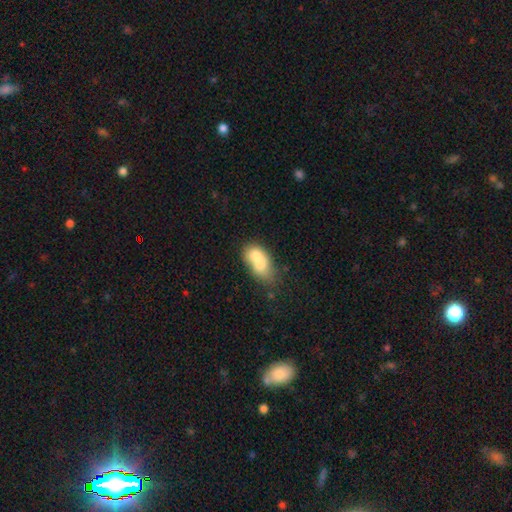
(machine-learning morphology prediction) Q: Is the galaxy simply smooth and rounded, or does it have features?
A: smooth — 64%.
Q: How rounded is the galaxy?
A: in between — 68%.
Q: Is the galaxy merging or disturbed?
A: merger — 62%.